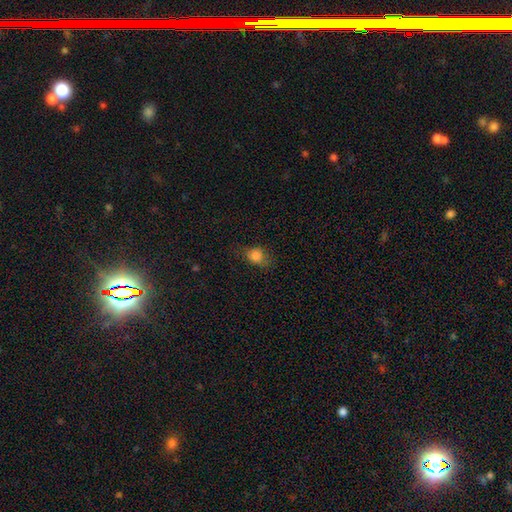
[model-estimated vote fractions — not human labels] Smooth or featured? smooth (81%)
How rounded? in between (50%)
Merging? none (66%)